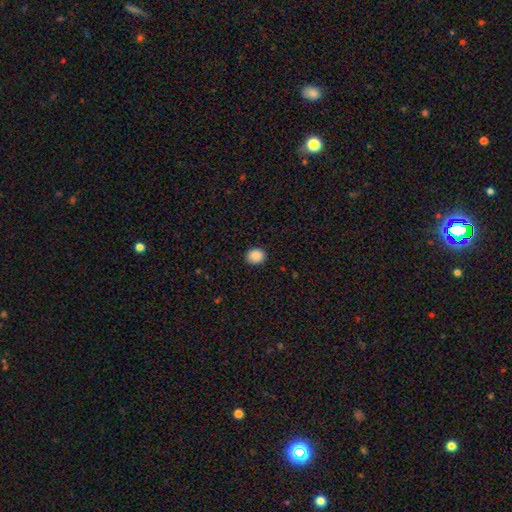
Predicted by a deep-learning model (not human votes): smooth 89%, star or artifact 8%, featured or disk 2%. Down the decision tree: how rounded — round (64%); merging — none (90%).